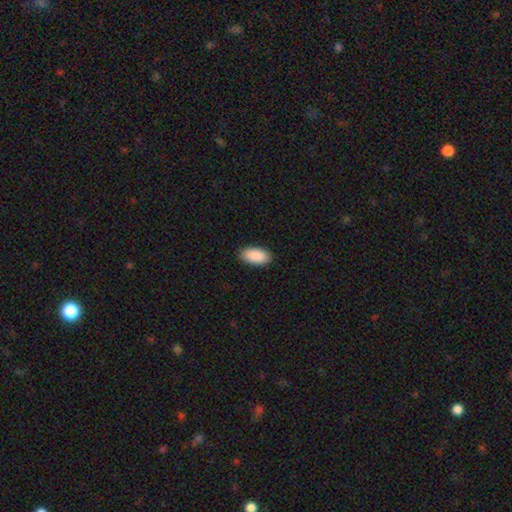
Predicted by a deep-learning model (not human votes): Q: Smooth or featured?
A: smooth (91%); runner-up: star or artifact (6%)
Q: How rounded?
A: in between (94%); runner-up: cigar-shaped (4%)
Q: Merging?
A: none (89%); runner-up: minor disturbance (8%)